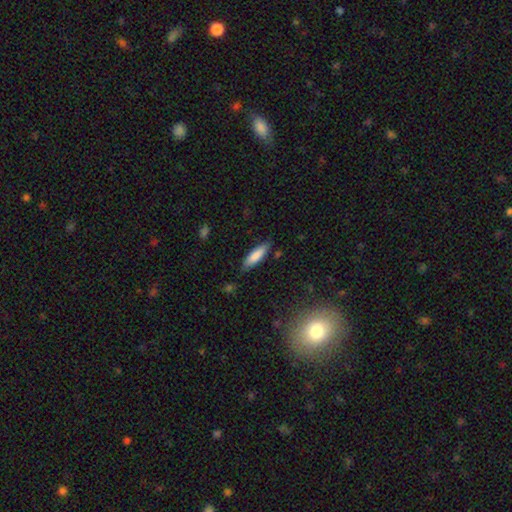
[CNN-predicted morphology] A smooth galaxy with no disk features (82%) that is cigar-shaped (59%). Merging: none (82%).